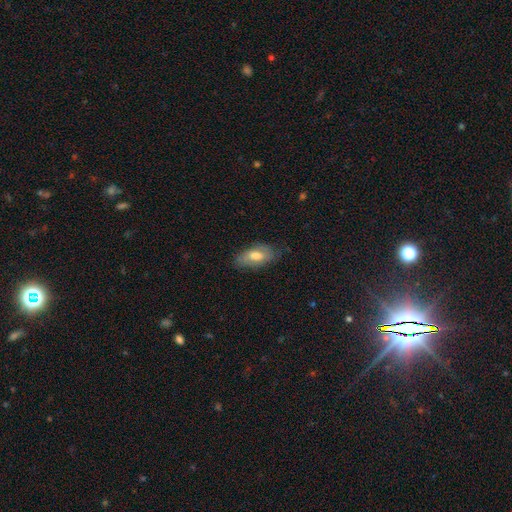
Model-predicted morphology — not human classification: This is likely a smooth galaxy (60%). How rounded: clearly in between (86%). Merging: likely none (76%).